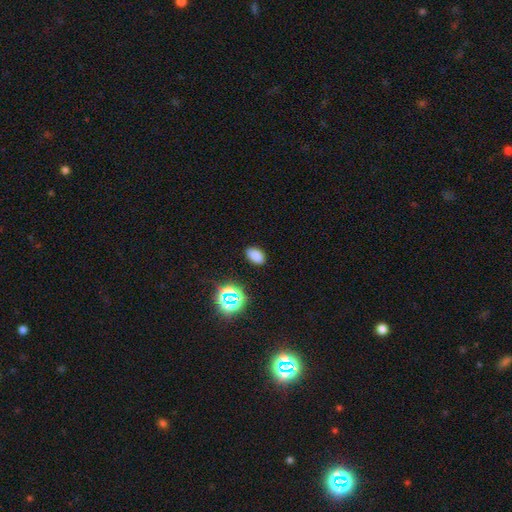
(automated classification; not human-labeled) Overall: smooth (77%). How rounded: in between (90%). Merging: none (87%).